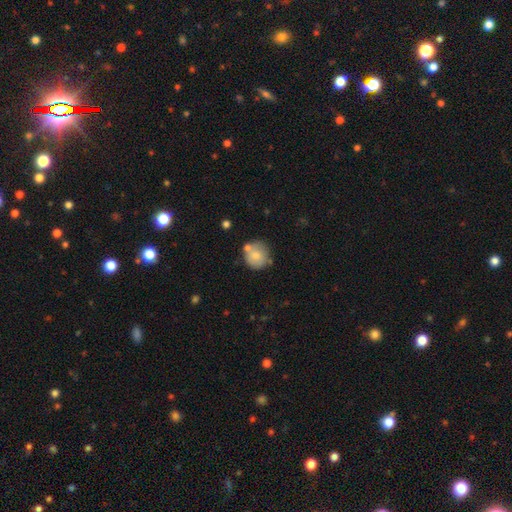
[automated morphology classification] This is likely a smooth galaxy (74%). How rounded: clearly round (89%). Merging: likely none (62%).